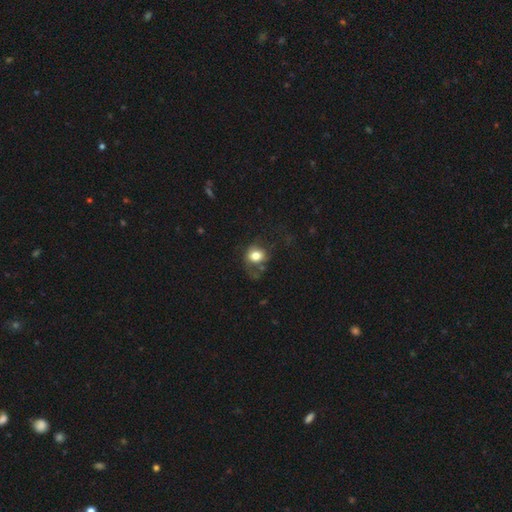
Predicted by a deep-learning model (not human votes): A smooth galaxy with no disk features (74%) that is round (67%).

Vote fractions:
- Smooth or featured? smooth: 74% / featured or disk: 16% / star or artifact: 10%
- How rounded? round: 67% / in between: 32% / cigar-shaped: 1%
- Merging? none: 43% / major disturbance: 29% / minor disturbance: 24% / merger: 5%